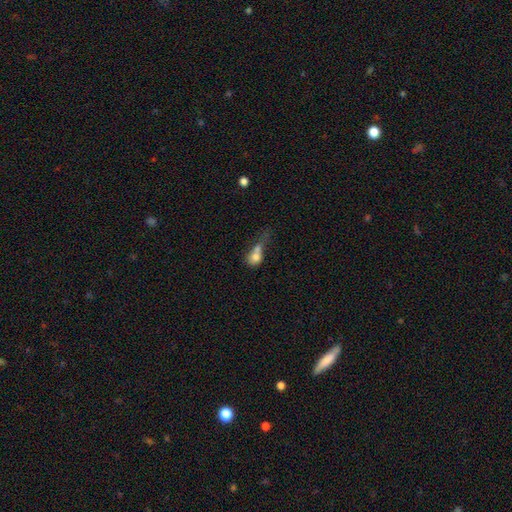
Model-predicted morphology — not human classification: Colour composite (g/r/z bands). It shows a smooth galaxy with no disk features (72%) that is round (53%). Merging: merger (56%).